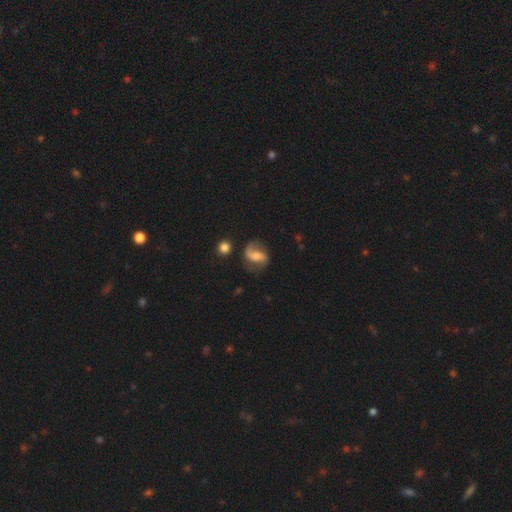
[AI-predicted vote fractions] Smooth or featured? Predicted: featured or disk (p=0.75). Edge-on disk? Predicted: no (p=0.97). Bar? Predicted: weak (p=0.42). Spiral arms? Predicted: yes (p=0.93). Spiral winding? Predicted: loose (p=0.53). Spiral arm count? Predicted: 2 (p=0.88). Bulge size? Predicted: moderate (p=0.48). Merging? Predicted: none (p=0.69).